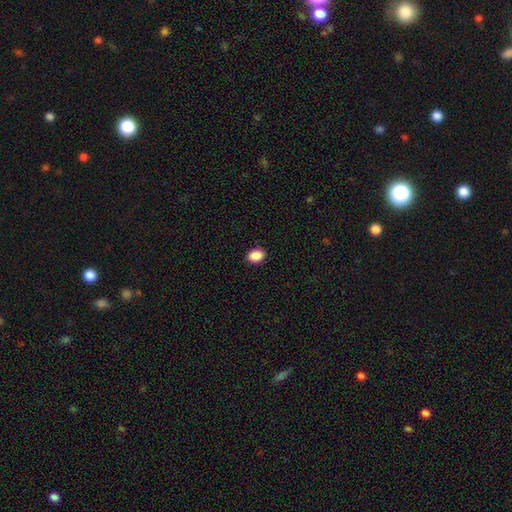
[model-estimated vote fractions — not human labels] smooth-or-featured: smooth: 90% | star or artifact: 8% | featured or disk: 2%
  how-rounded: in between: 65% | round: 34% | cigar-shaped: 1%
  merging: none: 90% | minor disturbance: 7% | major disturbance: 2% | merger: 1%